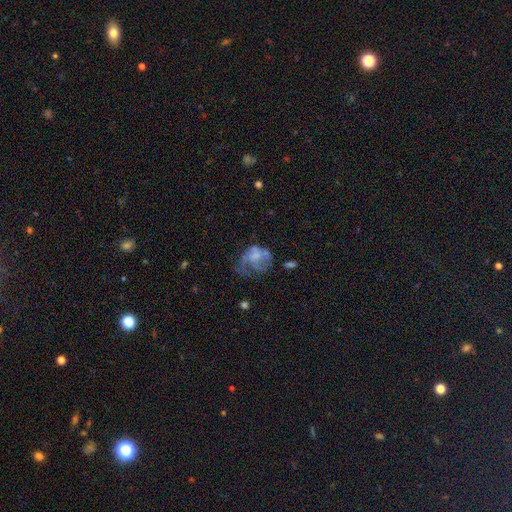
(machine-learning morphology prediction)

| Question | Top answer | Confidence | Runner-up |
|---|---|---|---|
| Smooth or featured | featured or disk | 48% | smooth (42%) |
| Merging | major disturbance | 48% | none (23%) |